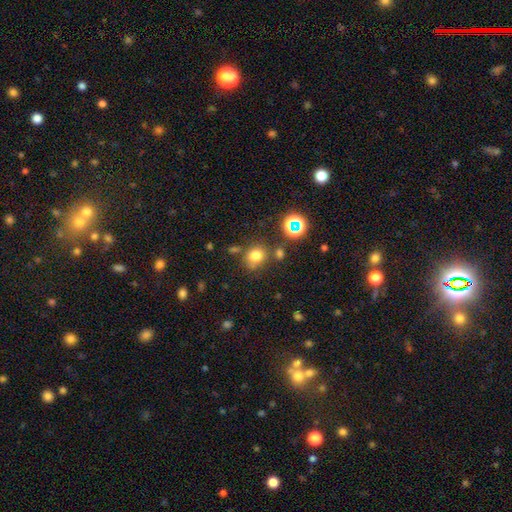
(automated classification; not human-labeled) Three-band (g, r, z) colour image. It shows a smooth galaxy with no disk features (74%) that is round (75%). Merging: none (70%).